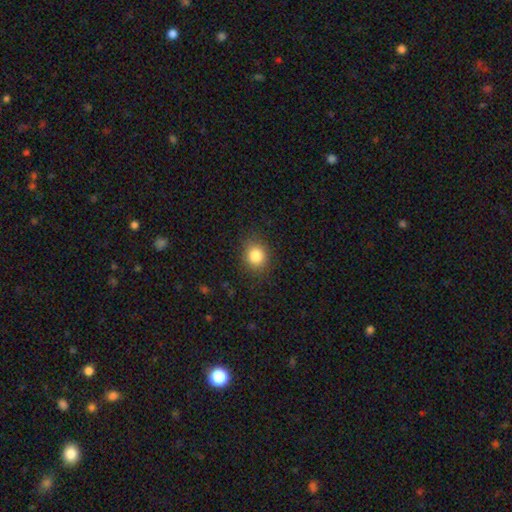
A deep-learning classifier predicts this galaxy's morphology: Smooth or featured? smooth (83%)
How rounded? round (74%)
Merging? none (86%)